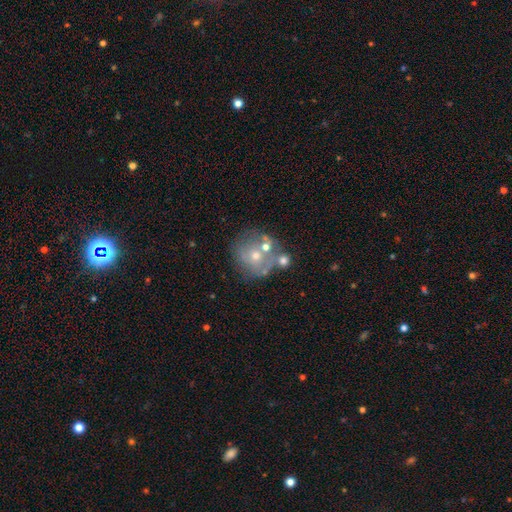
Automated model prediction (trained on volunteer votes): smooth_or_featured: featured or disk (p=0.51) [alt: smooth p=0.34]
disk_edge_on: no (p=0.97) [alt: yes p=0.03]
merging: none (p=0.47) [alt: merger p=0.25]